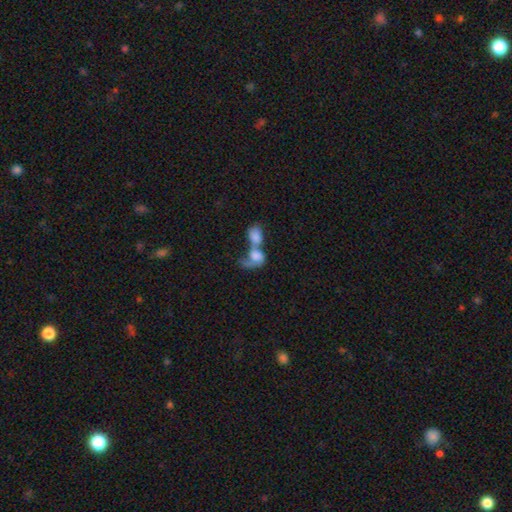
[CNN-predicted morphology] Smooth or featured? Predicted: smooth (p=0.60). How rounded? Predicted: in between (p=0.71). Merging? Predicted: merger (p=0.81).